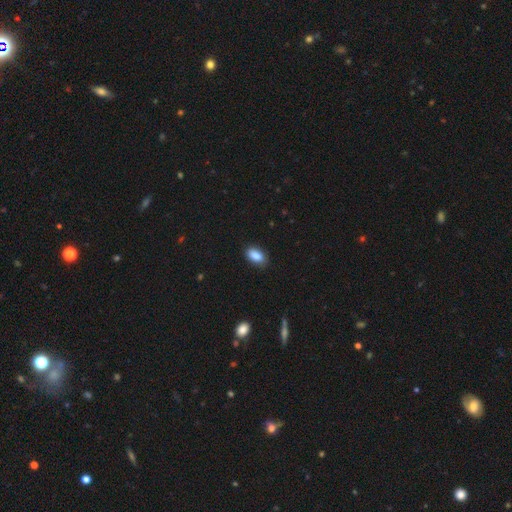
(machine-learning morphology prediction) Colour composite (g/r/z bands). It shows a smooth galaxy with no disk features (87%) that is in between round and cigar-shaped (91%). Merging: none (82%).